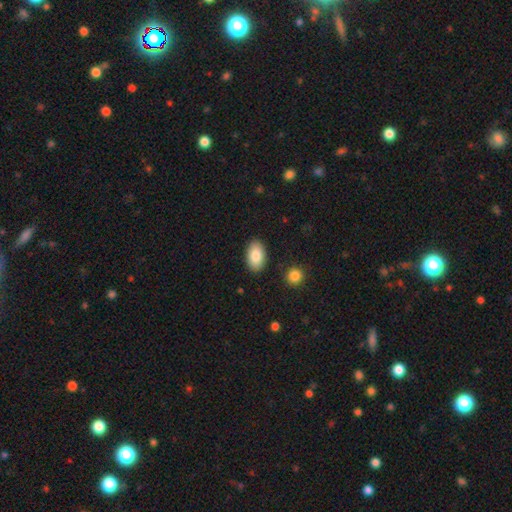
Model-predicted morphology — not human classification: This appears to be a smooth galaxy with no disk features (84%) that is in between round and cigar-shaped (93%). Merging: none (88%).